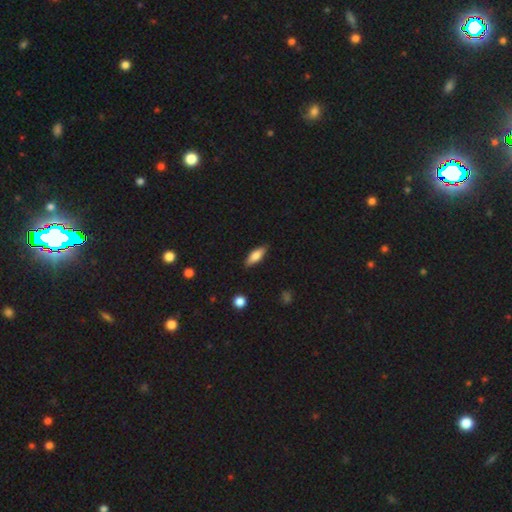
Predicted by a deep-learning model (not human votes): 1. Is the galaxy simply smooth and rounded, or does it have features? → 75% smooth, 18% featured or disk, 7% star or artifact.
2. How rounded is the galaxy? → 68% in between, 30% cigar-shaped, 2% round.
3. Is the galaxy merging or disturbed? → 86% none, 10% minor disturbance, 2% major disturbance, 1% merger.